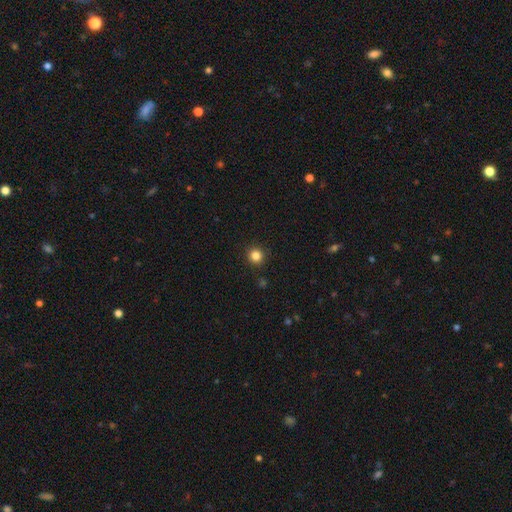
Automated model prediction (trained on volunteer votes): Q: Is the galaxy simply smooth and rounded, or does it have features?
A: smooth — 83%.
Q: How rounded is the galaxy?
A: round — 94%.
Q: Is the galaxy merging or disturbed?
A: none — 92%.